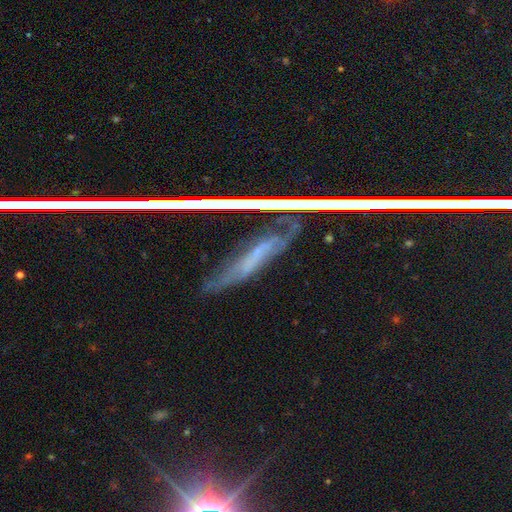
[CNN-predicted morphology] Q: Smooth or featured?
A: featured or disk (45%); runner-up: star or artifact (32%)
Q: Merging?
A: none (71%); runner-up: minor disturbance (17%)